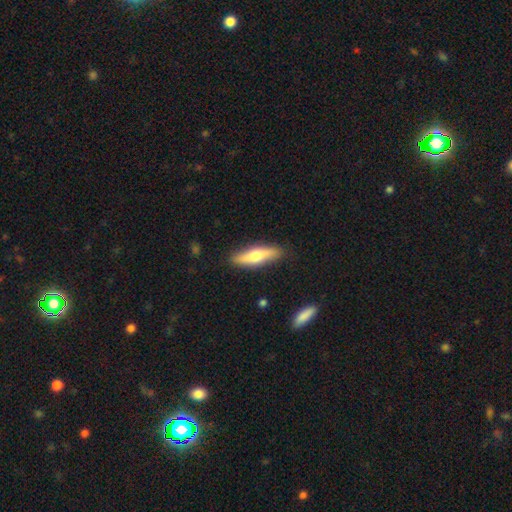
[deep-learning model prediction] This appears to be a smooth galaxy with no disk features (54%) that is cigar-shaped (69%). Merging: none (86%).